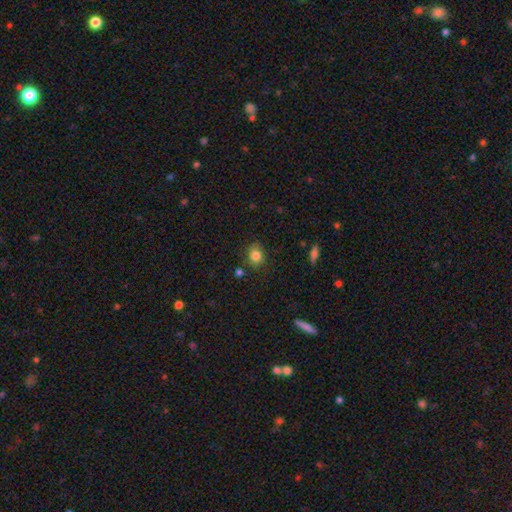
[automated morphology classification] A smooth galaxy with no disk features (83%) that is round (69%). Merging: none (81%).